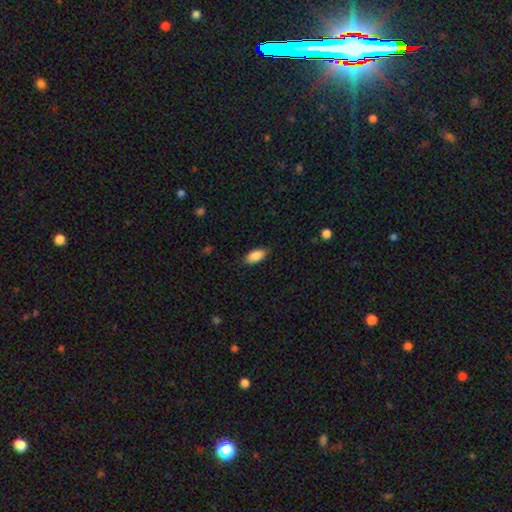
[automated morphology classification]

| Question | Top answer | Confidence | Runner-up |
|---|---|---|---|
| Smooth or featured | smooth | 89% | star or artifact (7%) |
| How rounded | in between | 92% | cigar-shaped (5%) |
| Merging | none | 85% | minor disturbance (11%) |